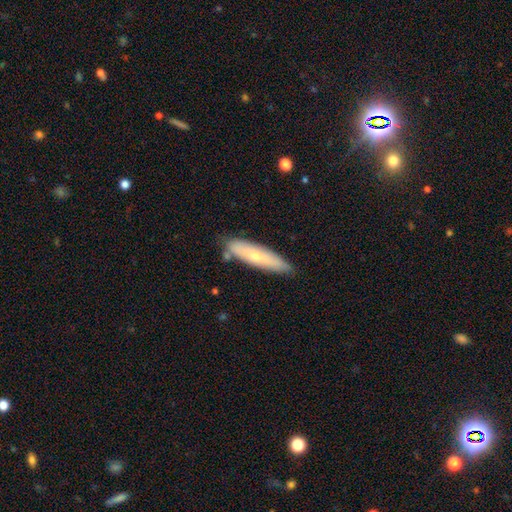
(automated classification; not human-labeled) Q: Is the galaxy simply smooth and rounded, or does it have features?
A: smooth — 58%.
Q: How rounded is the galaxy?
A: cigar-shaped — 73%.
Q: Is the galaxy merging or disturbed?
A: none — 79%.